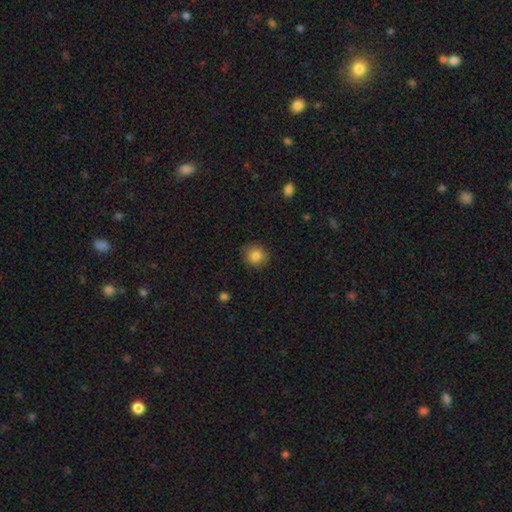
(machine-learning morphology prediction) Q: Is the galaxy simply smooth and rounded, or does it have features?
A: smooth — 83%.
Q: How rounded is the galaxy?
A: round — 87%.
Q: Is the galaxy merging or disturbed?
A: none — 89%.